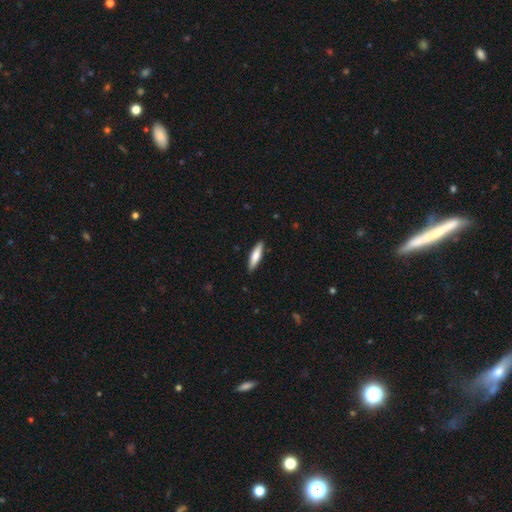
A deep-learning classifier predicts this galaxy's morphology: smooth-or-featured: smooth: 67% | featured or disk: 28% | star or artifact: 5%
  how-rounded: cigar-shaped: 74% | in between: 24% | round: 2%
  merging: none: 89% | minor disturbance: 8% | major disturbance: 2% | merger: 1%